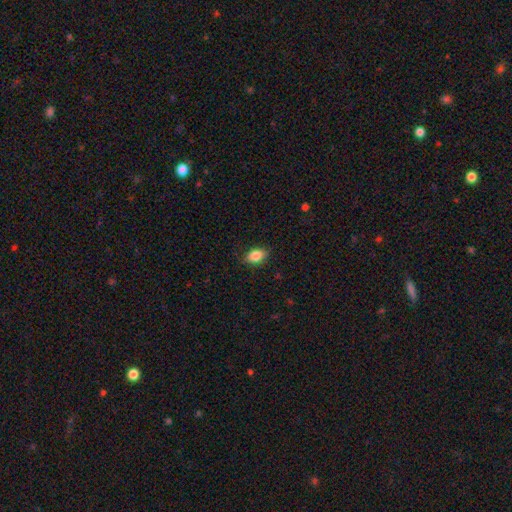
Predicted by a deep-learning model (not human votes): Morphology: type=smooth (84%); roundness=in between (80%); merging=none (80%).